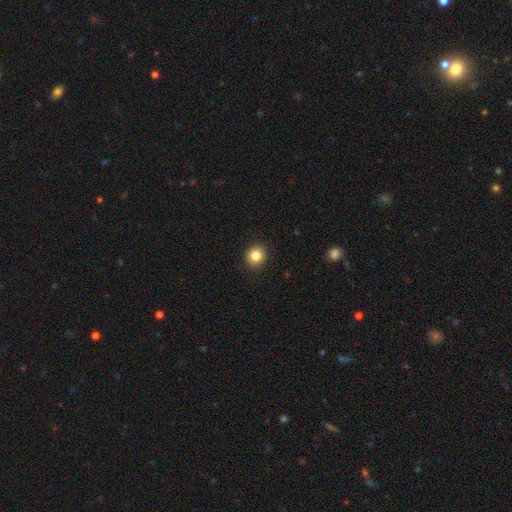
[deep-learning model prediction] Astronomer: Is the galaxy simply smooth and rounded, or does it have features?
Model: smooth — 84%.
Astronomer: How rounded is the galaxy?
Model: round — 80%.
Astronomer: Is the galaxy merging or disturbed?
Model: none — 92%.